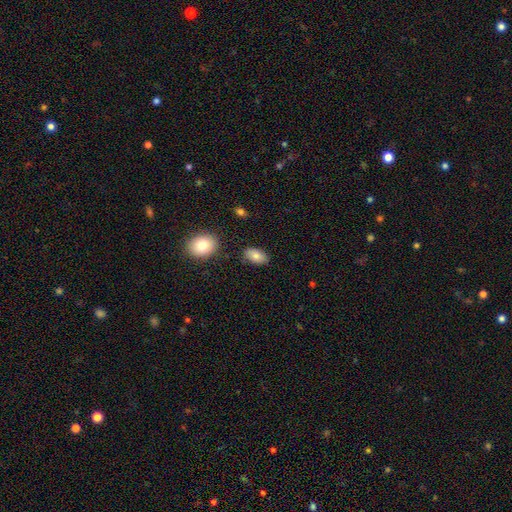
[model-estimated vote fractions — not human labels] Smooth or featured: smooth — 81% (featured or disk — 11%)
How rounded: in between — 92% (round — 7%)
Merging: none — 82% (minor disturbance — 12%)